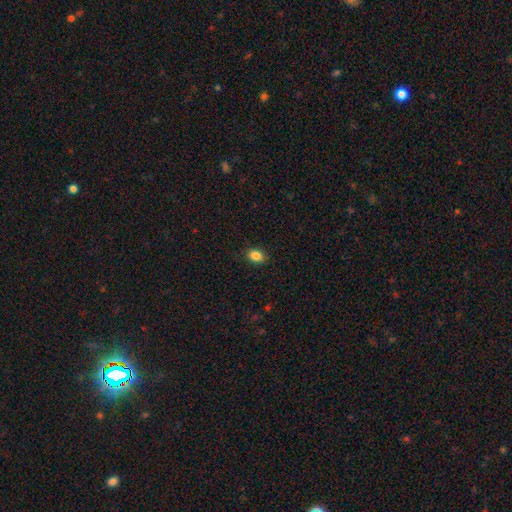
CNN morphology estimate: A smooth galaxy with no disk features (86%) that is in between round and cigar-shaped (75%). Merging: none (88%).